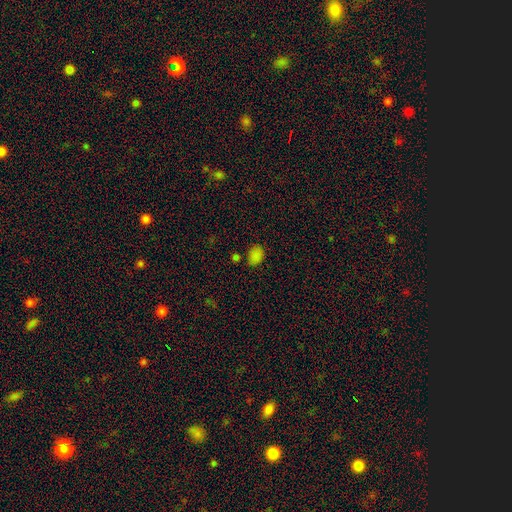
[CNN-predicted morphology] Q: Smooth or featured?
A: smooth (78%); runner-up: star or artifact (18%)
Q: How rounded?
A: in between (71%); runner-up: round (28%)
Q: Merging?
A: none (72%); runner-up: minor disturbance (17%)